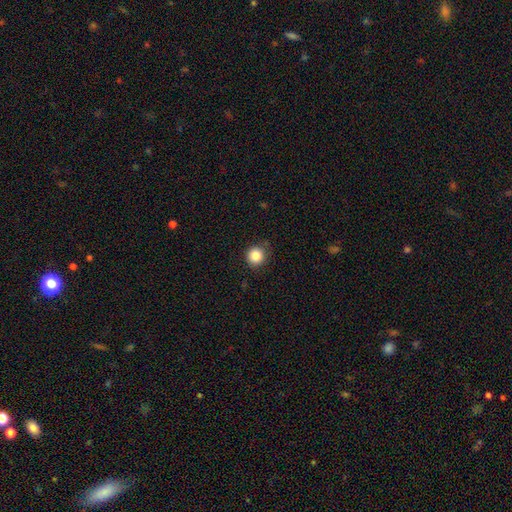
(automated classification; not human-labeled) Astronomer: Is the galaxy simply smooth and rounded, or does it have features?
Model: smooth — 85%.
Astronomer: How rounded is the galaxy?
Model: round — 94%.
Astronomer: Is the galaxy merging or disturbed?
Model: none — 87%.